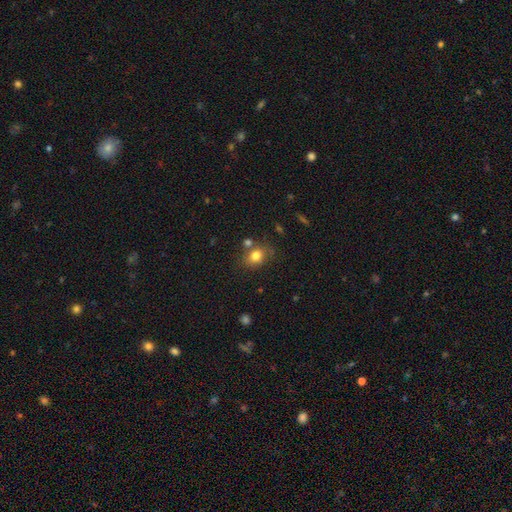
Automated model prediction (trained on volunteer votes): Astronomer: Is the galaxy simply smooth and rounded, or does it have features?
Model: smooth — 79%.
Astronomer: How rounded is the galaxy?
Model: in between — 54% (runner-up: round, 45%).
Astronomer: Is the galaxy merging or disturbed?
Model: none — 66%.